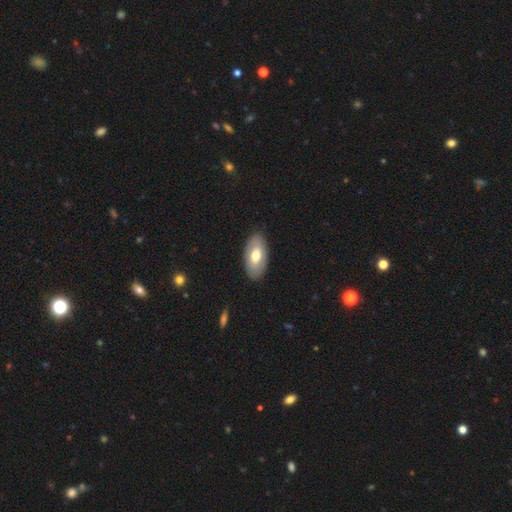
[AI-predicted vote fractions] smooth 60%, featured or disk 35%, star or artifact 5%. Down the decision tree: how rounded — in between (93%); merging — none (87%).